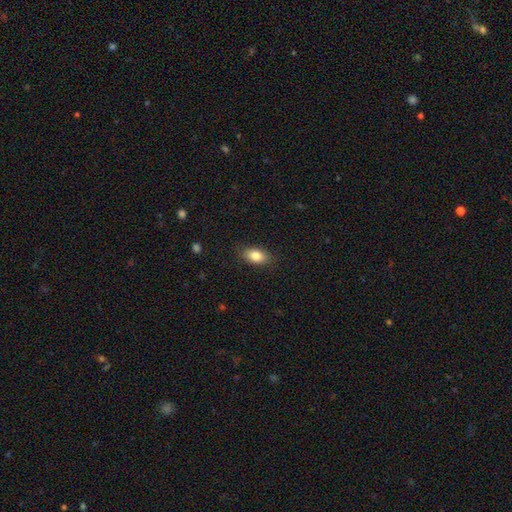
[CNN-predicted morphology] Overall: smooth (84%). How rounded: in between (89%). Merging: none (86%).